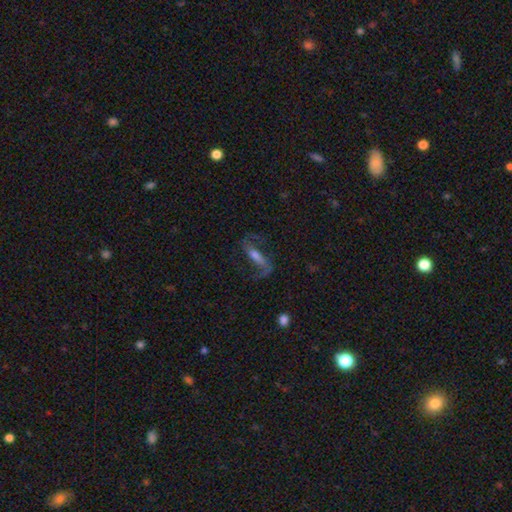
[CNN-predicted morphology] Q: Smooth or featured?
A: featured or disk (75%); runner-up: smooth (16%)
Q: Edge-on disk?
A: no (84%); runner-up: yes (16%)
Q: Bar?
A: strong (46%); runner-up: weak (33%)
Q: Spiral arms?
A: yes (92%); runner-up: no (8%)
Q: Spiral winding?
A: loose (66%); runner-up: medium (27%)
Q: Spiral arm count?
A: 2 (89%); runner-up: 1 (5%)
Q: Bulge size?
A: moderate (43%); runner-up: small (29%)
Q: Merging?
A: none (67%); runner-up: major disturbance (16%)